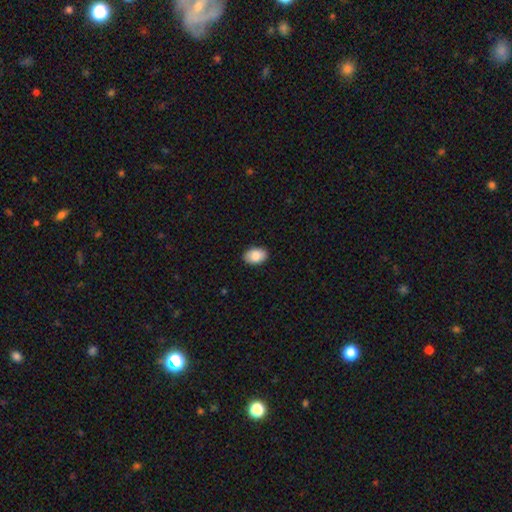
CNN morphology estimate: smooth-or-featured: smooth: 87% | star or artifact: 7% | featured or disk: 6%
  how-rounded: in between: 88% | round: 11% | cigar-shaped: 1%
  merging: none: 89% | minor disturbance: 9% | major disturbance: 2% | merger: 1%